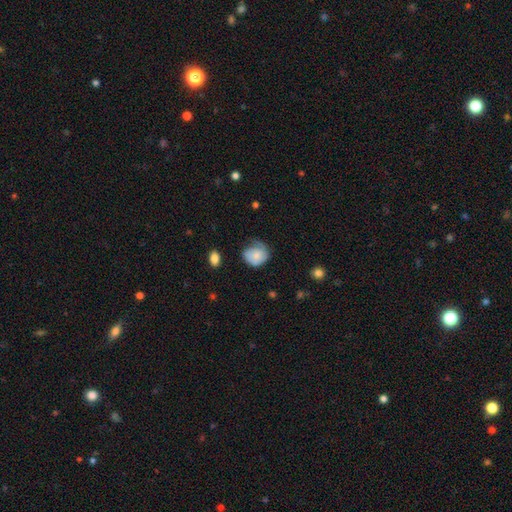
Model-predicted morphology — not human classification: The model was most divided on "merging": none: 38%, minor disturbance: 37%, major disturbance: 22%, merger: 2%. More confident: how rounded — round (69%); smooth or featured — smooth (68%).